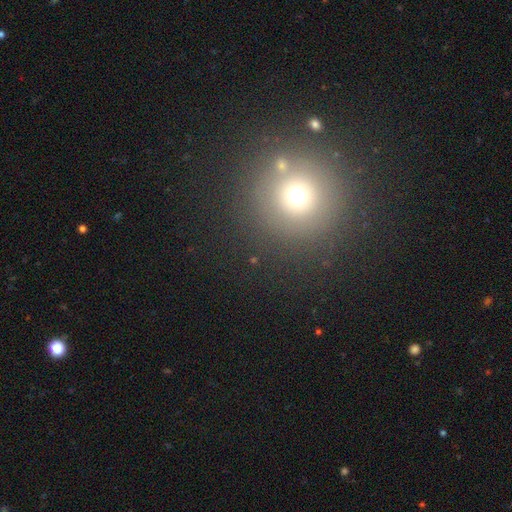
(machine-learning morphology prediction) Q: Smooth or featured?
A: smooth (60%); runner-up: star or artifact (30%)
Q: How rounded?
A: round (95%); runner-up: in between (4%)
Q: Merging?
A: none (84%); runner-up: merger (7%)